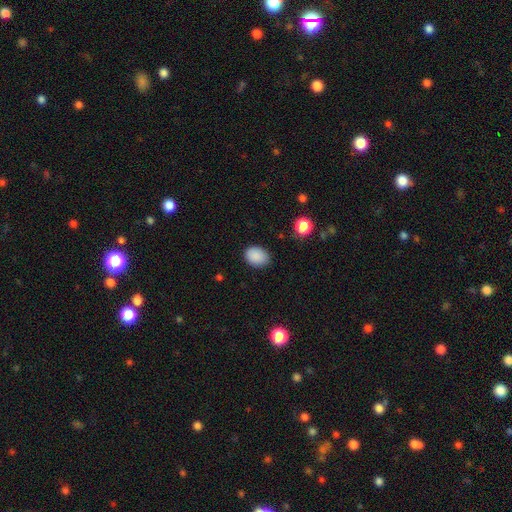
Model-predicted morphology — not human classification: smooth-or-featured: smooth: 88% | star or artifact: 8% | featured or disk: 4%
  how-rounded: in between: 65% | round: 34% | cigar-shaped: 1%
  merging: none: 83% | minor disturbance: 13% | major disturbance: 3% | merger: 1%